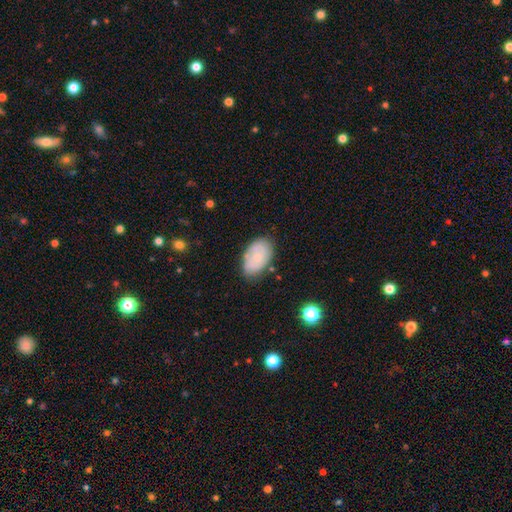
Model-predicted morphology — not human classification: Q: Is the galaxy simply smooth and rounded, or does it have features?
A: smooth — 66%.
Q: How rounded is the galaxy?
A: in between — 92%.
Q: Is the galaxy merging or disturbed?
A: none — 76%.